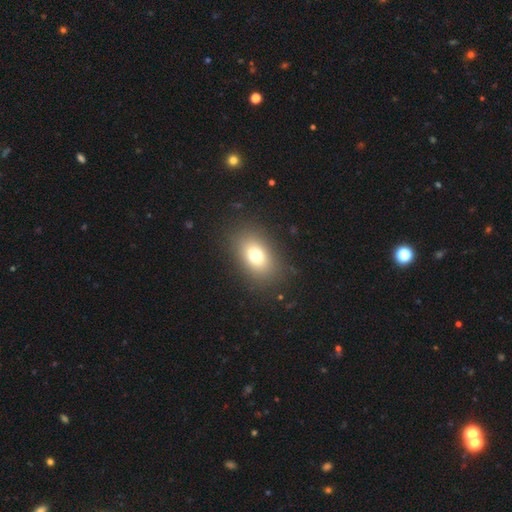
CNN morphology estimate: The model was most divided on "how rounded": in between: 79%, round: 19%, cigar-shaped: 2%. More confident: merging — none (85%); smooth or featured — smooth (75%).